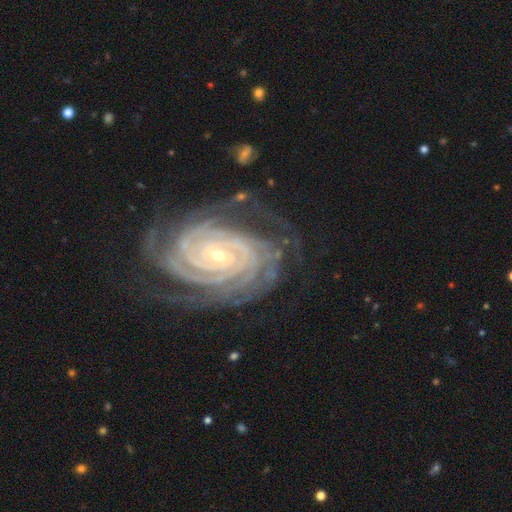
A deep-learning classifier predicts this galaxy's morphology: type=featured or disk (90%); edge-on=no (97%); bar=no (51%); spiral arms=yes (98%); winding=tight (85%); arm count=4 (24%); bulge=small (74%); merging=none (75%).